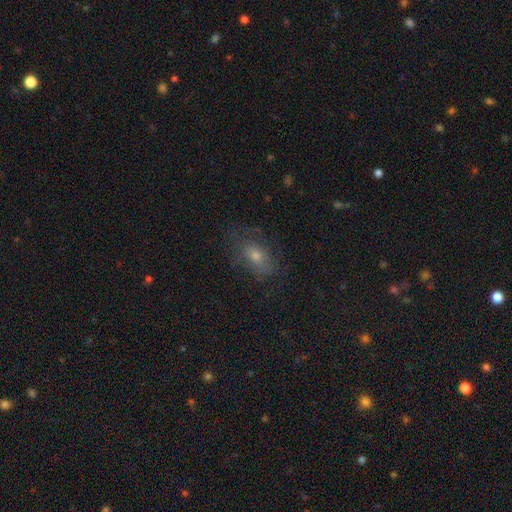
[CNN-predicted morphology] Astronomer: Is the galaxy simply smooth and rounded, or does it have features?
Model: smooth — 43% (runner-up: featured or disk, 40%).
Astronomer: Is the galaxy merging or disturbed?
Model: none — 65%.